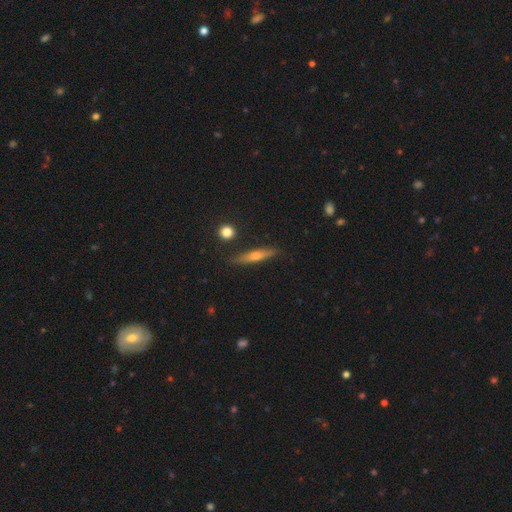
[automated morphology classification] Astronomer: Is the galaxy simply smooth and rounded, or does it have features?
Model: featured or disk — 52% (runner-up: smooth, 40%).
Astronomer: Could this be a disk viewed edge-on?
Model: yes — 94%.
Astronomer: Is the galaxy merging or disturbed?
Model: none — 86%.